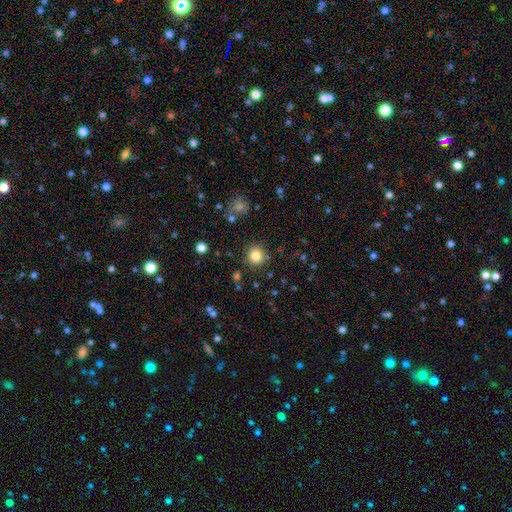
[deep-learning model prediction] Smooth or featured? Predicted: smooth (p=0.83). How rounded? Predicted: round (p=0.91). Merging? Predicted: none (p=0.87).